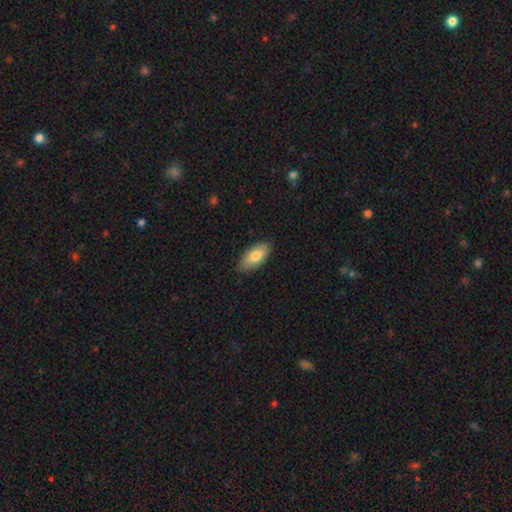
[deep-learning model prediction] A smooth galaxy with no disk features (79%) that is in between round and cigar-shaped (90%).

Vote fractions:
- Smooth or featured? smooth: 79% / featured or disk: 16% / star or artifact: 6%
- How rounded? in between: 90% / cigar-shaped: 8% / round: 2%
- Merging? none: 85% / minor disturbance: 12% / major disturbance: 2% / merger: 1%